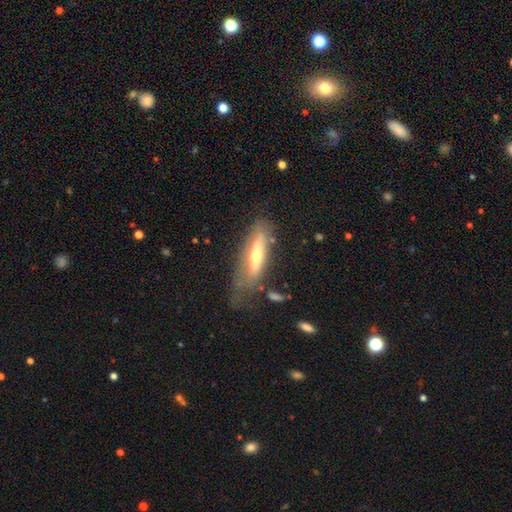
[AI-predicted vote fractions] This appears to be a featured or disk galaxy (59%) viewed edge-on (65%). Merging: none (52%).